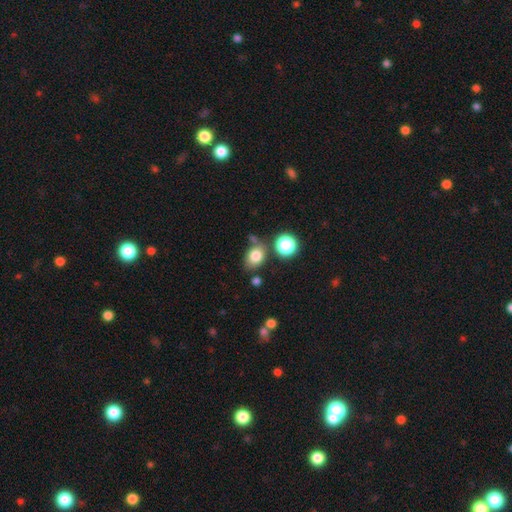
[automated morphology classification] Smooth or featured? Predicted: smooth (p=0.80). How rounded? Predicted: in between (p=0.63). Merging? Predicted: none (p=0.62).